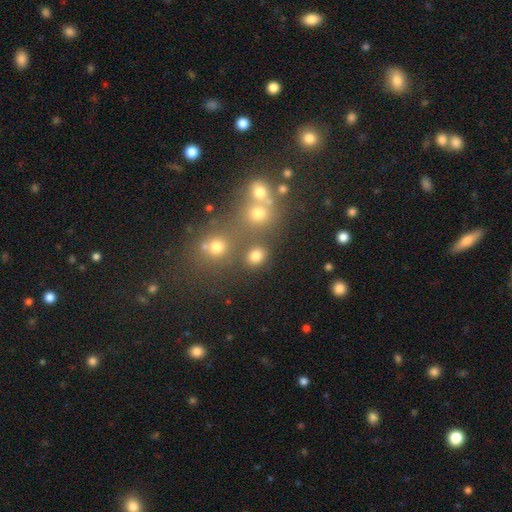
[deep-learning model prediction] Smooth or featured? Predicted: smooth (p=0.76). How rounded? Predicted: round (p=0.70). Merging? Predicted: none (p=0.70).